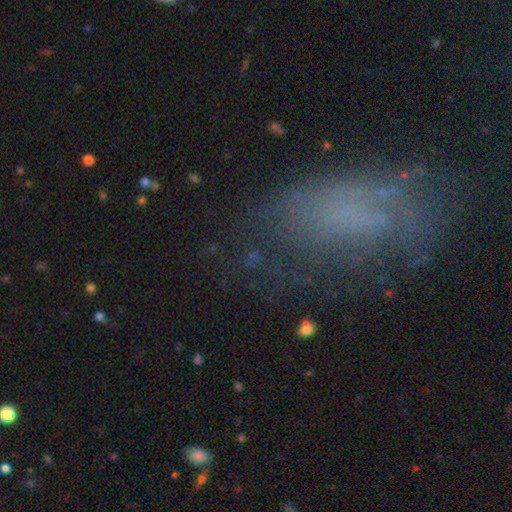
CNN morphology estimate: This appears to be a featured or disk galaxy (40%). Merging: none (55%).